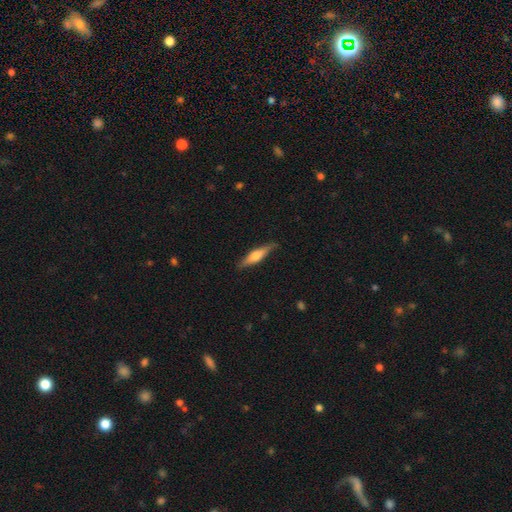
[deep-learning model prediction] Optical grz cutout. It shows a featured or disk galaxy (50%) viewed edge-on (94%). Merging: none (85%).